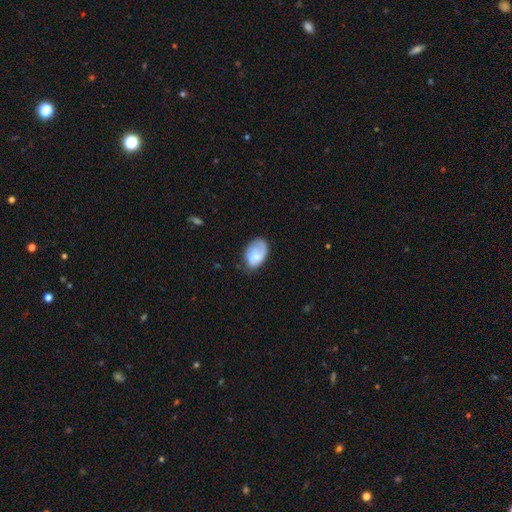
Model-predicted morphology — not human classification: The model was most divided on "merging": none: 59%, minor disturbance: 30%, major disturbance: 9%, merger: 2%. More confident: how rounded — in between (89%); smooth or featured — smooth (68%).